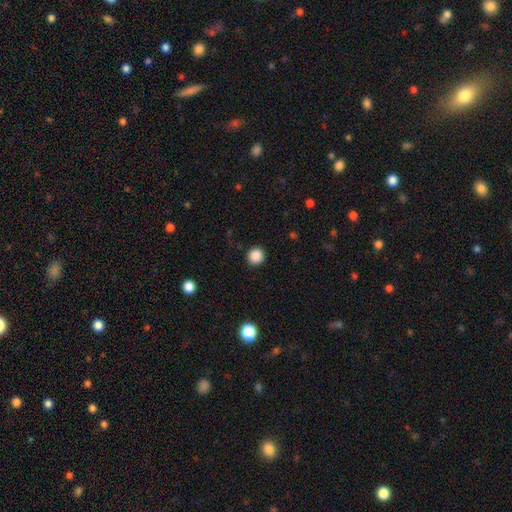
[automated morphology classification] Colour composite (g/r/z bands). It shows a smooth galaxy with no disk features (88%) that is round (94%). Merging: none (91%).